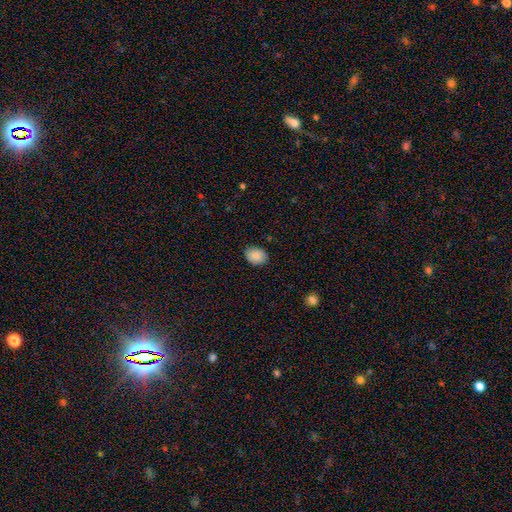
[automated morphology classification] Smooth or featured: smooth — 88% (star or artifact — 7%)
How rounded: in between — 64% (round — 35%)
Merging: none — 86% (minor disturbance — 10%)